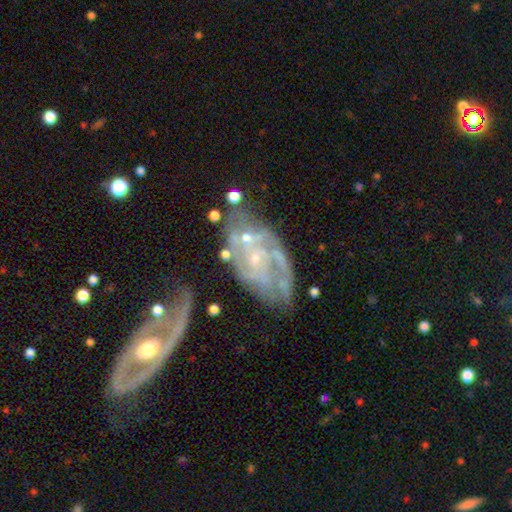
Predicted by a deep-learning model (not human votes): A featured or disk galaxy (83%) with no bar (69%), tight (49%) spiral arms (86%) and a small central bulge (80%).

Vote fractions:
- Smooth or featured? featured or disk: 83% / smooth: 10% / star or artifact: 8%
- Edge-on disk? no: 95% / yes: 5%
- Bar? no: 69% / weak: 24% / strong: 6%
- Spiral arms? yes: 86% / no: 14%
- Spiral winding? tight: 49% / medium: 36% / loose: 15%
- Spiral arm count? can't tell: 38% / 2: 23% / 3: 19% / 4: 9% / 1: 6% / more than 4: 5%
- Bulge size? small: 80% / moderate: 11% / none: 7% / large: 1% / dominant: 1%
- Merging? none: 45% / minor disturbance: 23% / major disturbance: 17% / merger: 15%